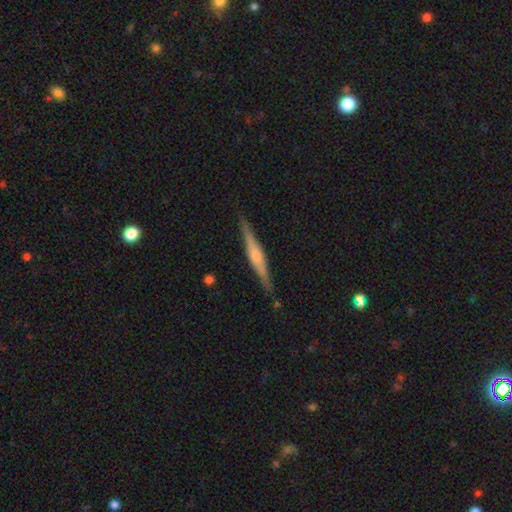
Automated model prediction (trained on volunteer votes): A featured or disk galaxy (71%) viewed edge-on (97%) with a rounded central bulge (66%).

Vote fractions:
- Smooth or featured? featured or disk: 71% / smooth: 23% / star or artifact: 6%
- Edge-on disk? yes: 97% / no: 3%
- Edge-on bulge? rounded: 66% / boxy: 22% / none: 11%
- Merging? none: 89% / minor disturbance: 8% / major disturbance: 2% / merger: 1%